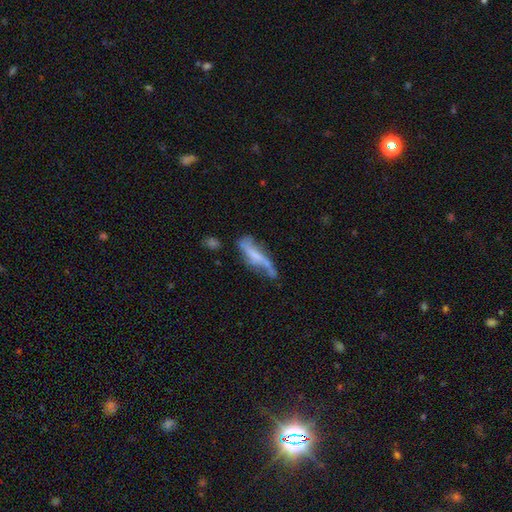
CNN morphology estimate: A featured or disk galaxy (55%). Merging: none (35%).